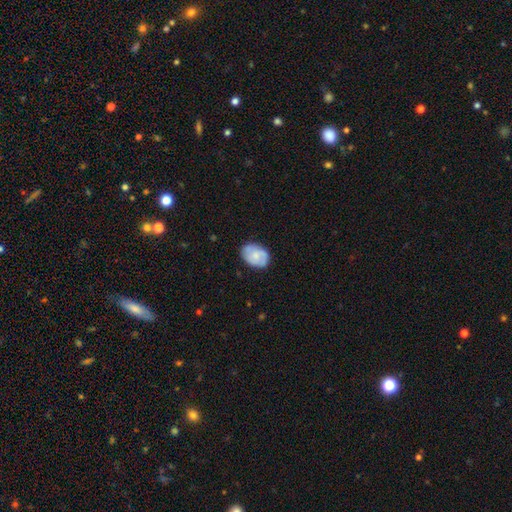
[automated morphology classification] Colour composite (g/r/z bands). It shows a smooth galaxy with no disk features (62%) that is in between round and cigar-shaped (80%). Merging: none (79%).